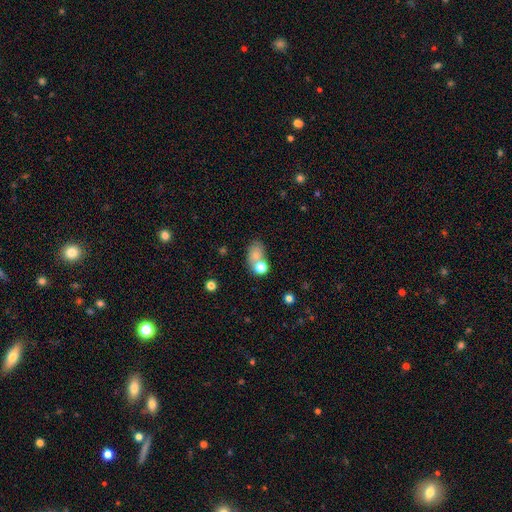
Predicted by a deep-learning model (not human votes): A smooth galaxy with no disk features (72%) that is in between round and cigar-shaped (70%).

Vote fractions:
- Smooth or featured? smooth: 72% / featured or disk: 16% / star or artifact: 12%
- How rounded? in between: 70% / round: 28% / cigar-shaped: 2%
- Merging? none: 45% / merger: 35% / minor disturbance: 13% / major disturbance: 7%